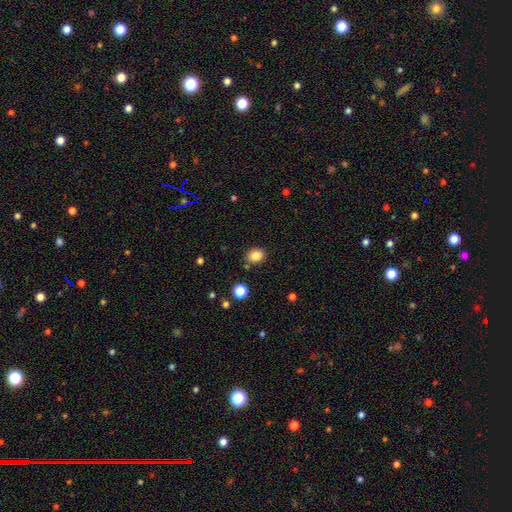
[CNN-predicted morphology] Q: Smooth or featured?
A: smooth (85%); runner-up: star or artifact (11%)
Q: How rounded?
A: round (54%); runner-up: in between (45%)
Q: Merging?
A: none (81%); runner-up: minor disturbance (11%)